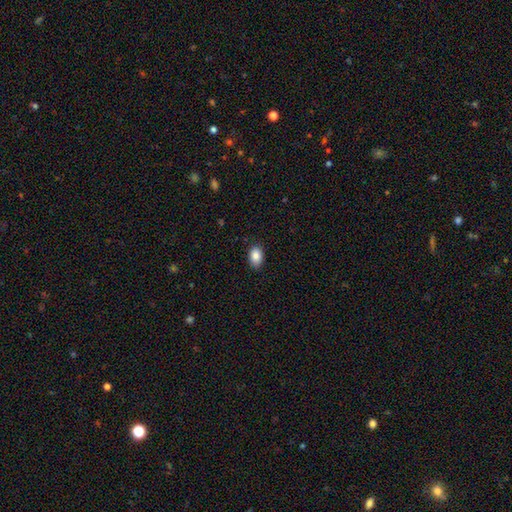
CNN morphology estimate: smooth 87%, star or artifact 8%, featured or disk 5%. Down the decision tree: how rounded — in between (85%); merging — none (86%).